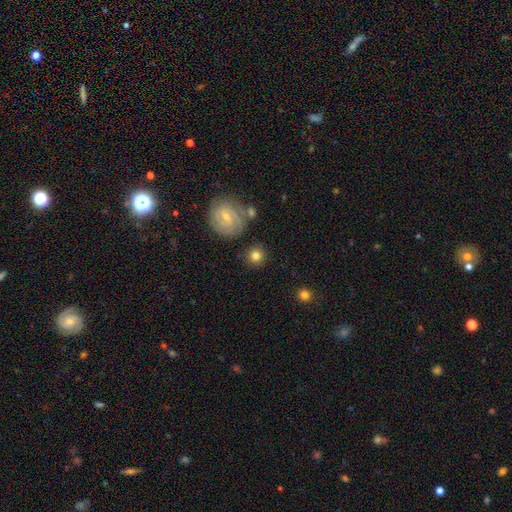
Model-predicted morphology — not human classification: Smooth or featured? Predicted: smooth (p=0.77). How rounded? Predicted: round (p=0.91). Merging? Predicted: none (p=0.84).